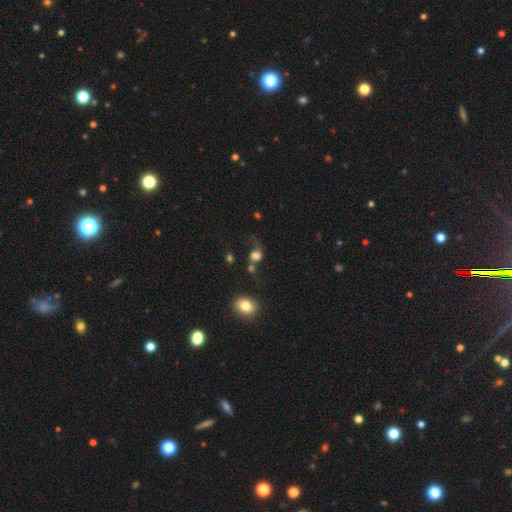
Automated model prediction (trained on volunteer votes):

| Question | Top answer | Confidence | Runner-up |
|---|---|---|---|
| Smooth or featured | smooth | 63% | featured or disk (23%) |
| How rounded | round | 65% | in between (33%) |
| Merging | major disturbance | 37% | none (29%) |